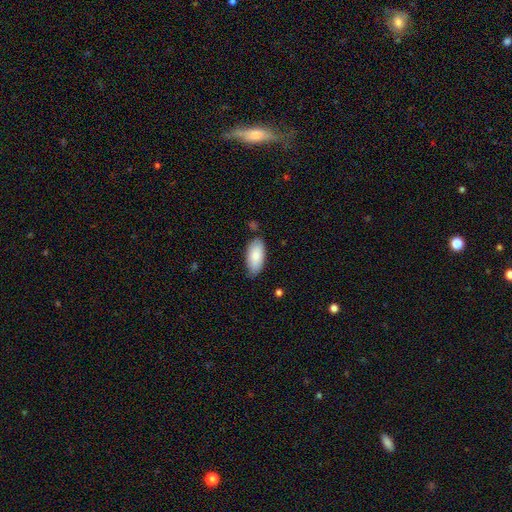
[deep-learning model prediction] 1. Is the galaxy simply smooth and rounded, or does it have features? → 85% smooth, 9% featured or disk, 6% star or artifact.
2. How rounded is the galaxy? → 93% in between, 6% cigar-shaped, 2% round.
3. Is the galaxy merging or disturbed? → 79% none, 16% minor disturbance, 3% merger, 3% major disturbance.